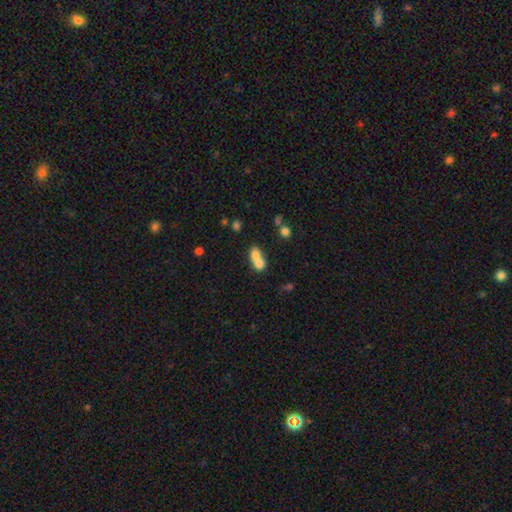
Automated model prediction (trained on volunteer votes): A smooth galaxy with no disk features (71%) that is in between round and cigar-shaped (52%).

Vote fractions:
- Smooth or featured? smooth: 71% / featured or disk: 18% / star or artifact: 11%
- How rounded? in between: 52% / round: 45% / cigar-shaped: 3%
- Merging? merger: 72% / none: 19% / minor disturbance: 5% / major disturbance: 3%